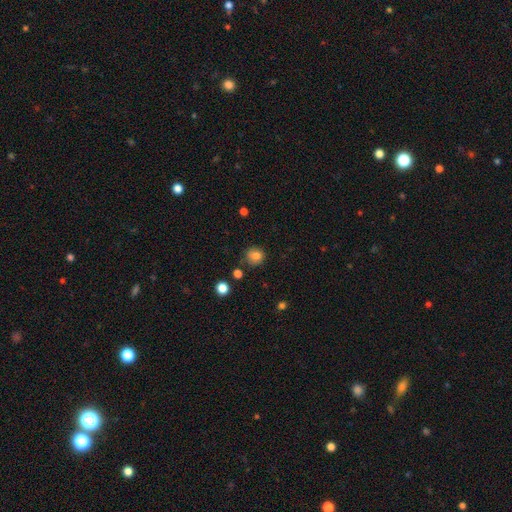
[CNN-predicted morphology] A smooth galaxy with no disk features (81%) that is round (88%). Merging: none (82%).